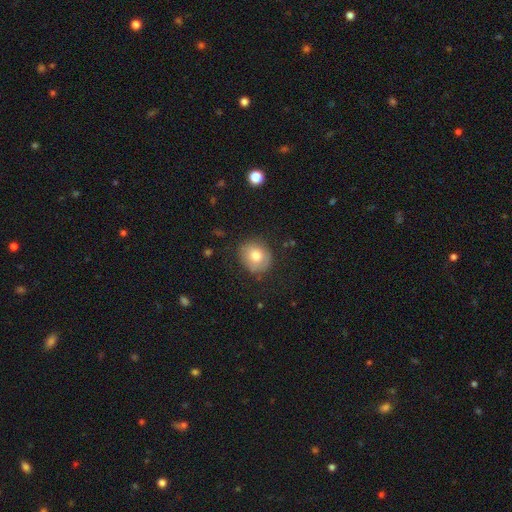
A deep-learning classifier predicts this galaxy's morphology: Smooth or featured?
  - smooth: 75% *
  - featured or disk: 16%
  - star or artifact: 9%
How rounded?
  - round: 75% *
  - in between: 24%
  - cigar-shaped: 1%
Merging?
  - none: 77% *
  - minor disturbance: 17%
  - major disturbance: 5%
  - merger: 1%